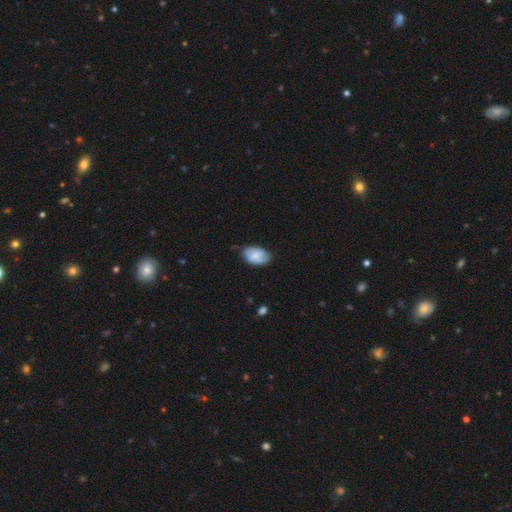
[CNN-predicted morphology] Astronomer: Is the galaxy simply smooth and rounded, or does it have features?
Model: smooth — 72%.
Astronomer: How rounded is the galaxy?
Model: in between — 90%.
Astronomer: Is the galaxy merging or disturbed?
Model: none — 65%.